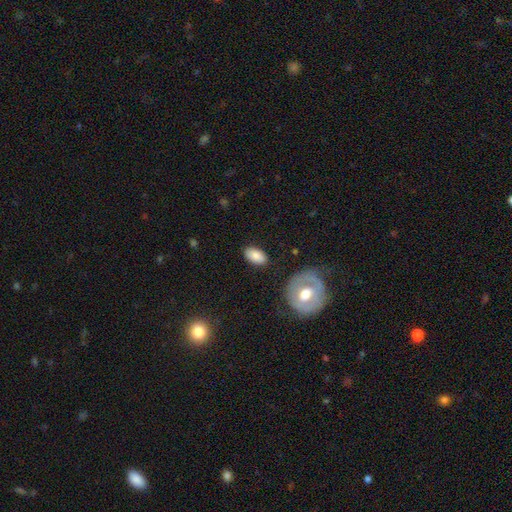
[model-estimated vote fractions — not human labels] A smooth galaxy with no disk features (82%) that is in between round and cigar-shaped (93%). Merging: none (84%).